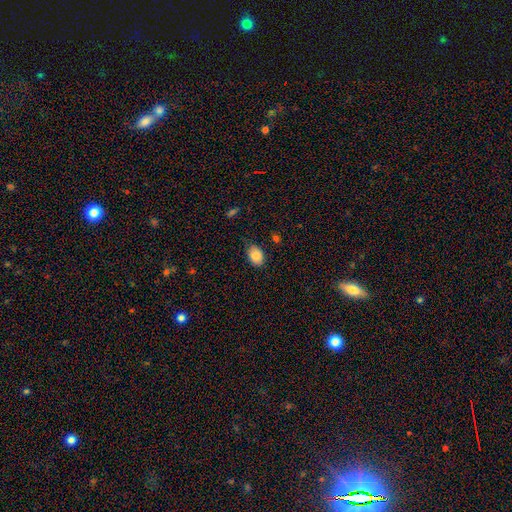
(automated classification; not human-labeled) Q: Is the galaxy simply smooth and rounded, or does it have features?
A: smooth — 85%.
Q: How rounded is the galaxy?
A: in between — 81%.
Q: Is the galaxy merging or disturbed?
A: none — 77%.